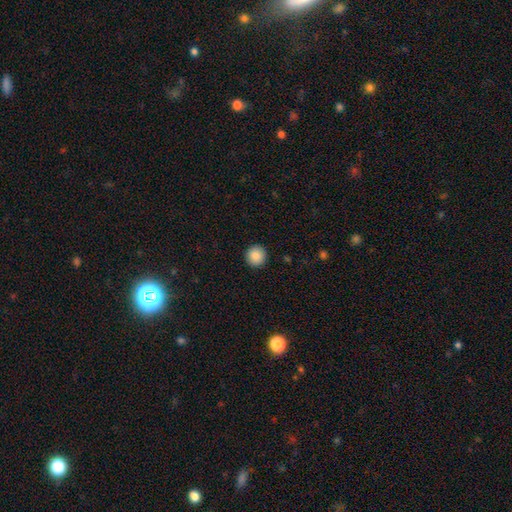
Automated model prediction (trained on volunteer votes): Smooth or featured? smooth (88%)
How rounded? round (95%)
Merging? none (93%)